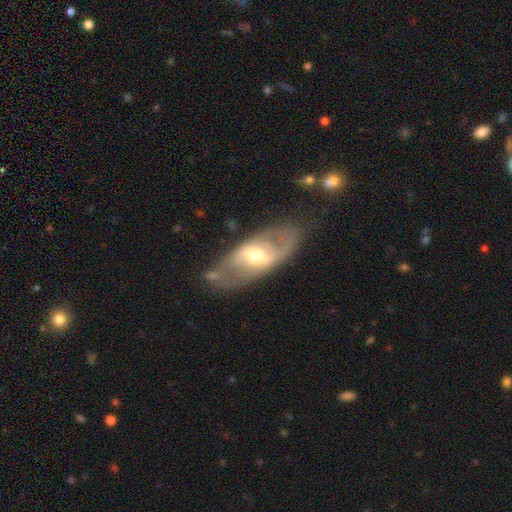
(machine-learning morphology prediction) A featured or disk galaxy (73%) with a weak bar (42%), spiral arms (67%) and a moderate central bulge (57%).

Vote fractions:
- Smooth or featured? featured or disk: 73% / smooth: 21% / star or artifact: 6%
- Edge-on disk? no: 88% / yes: 12%
- Bar? weak: 42% / strong: 33% / no: 24%
- Spiral arms? yes: 67% / no: 33%
- Bulge size? moderate: 57% / small: 34% / large: 6% / none: 1% / dominant: 1%
- Merging? none: 68% / minor disturbance: 18% / major disturbance: 9% / merger: 4%